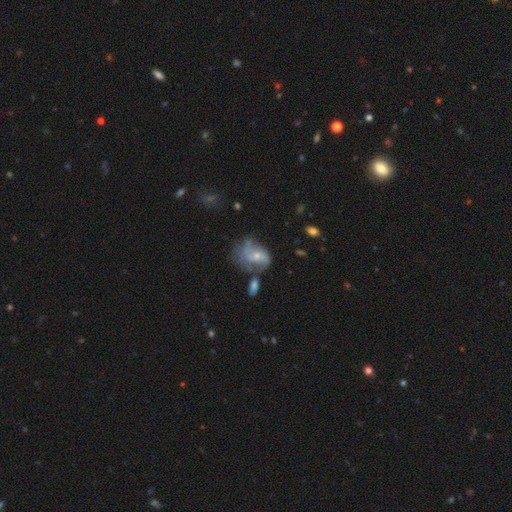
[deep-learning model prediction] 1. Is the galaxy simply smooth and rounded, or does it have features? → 53% featured or disk, 38% smooth, 9% star or artifact.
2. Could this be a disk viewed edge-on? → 96% no, 4% yes.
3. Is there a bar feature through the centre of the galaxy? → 66% no, 28% weak, 6% strong.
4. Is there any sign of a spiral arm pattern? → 65% yes, 35% no.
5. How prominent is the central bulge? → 63% small, 28% moderate, 6% none, 2% large, 1% dominant.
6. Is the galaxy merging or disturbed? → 34% none, 27% minor disturbance, 24% major disturbance, 16% merger.